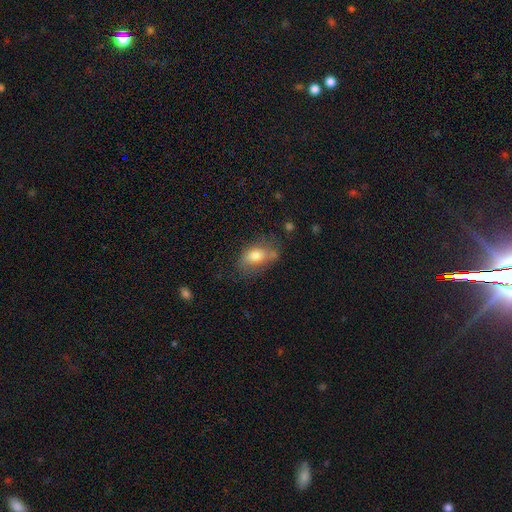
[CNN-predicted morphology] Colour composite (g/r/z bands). It shows a smooth galaxy with no disk features (76%) that is in between round and cigar-shaped (87%). Merging: none (53%).